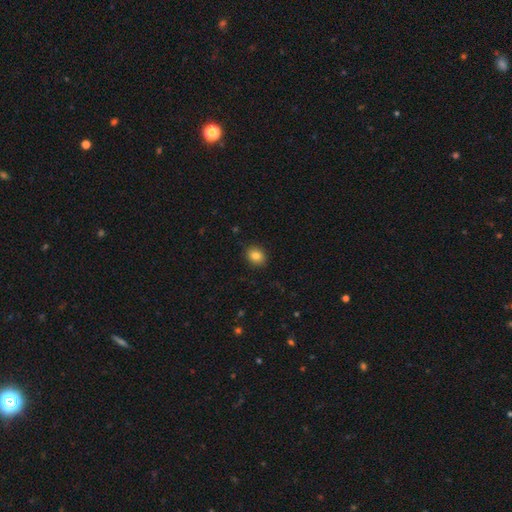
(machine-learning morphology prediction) Smooth or featured?
  - smooth: 84% *
  - star or artifact: 10%
  - featured or disk: 6%
How rounded?
  - round: 51% *
  - in between: 48%
  - cigar-shaped: 1%
Merging?
  - none: 89% *
  - minor disturbance: 8%
  - major disturbance: 2%
  - merger: 1%